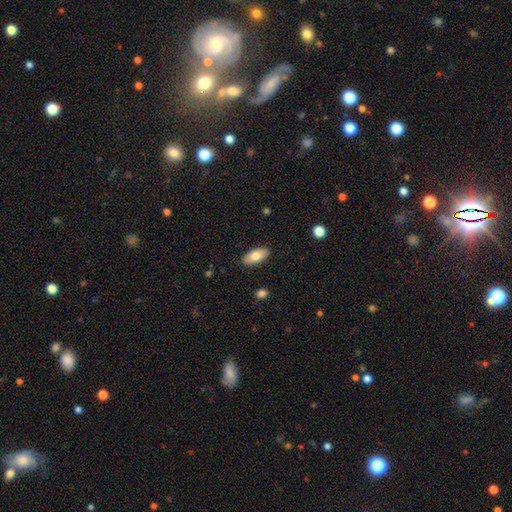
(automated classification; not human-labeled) Smooth or featured? smooth (78%)
How rounded? in between (89%)
Merging? none (88%)